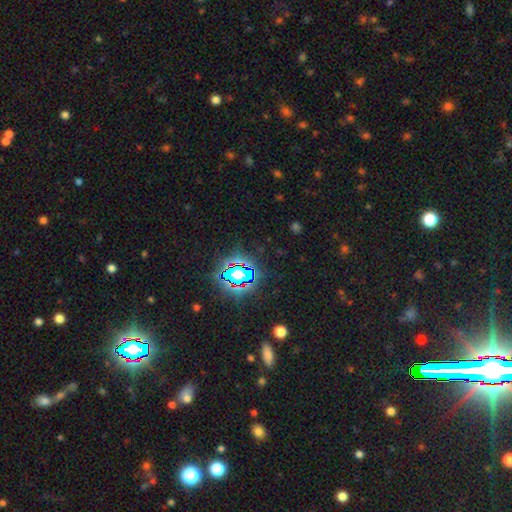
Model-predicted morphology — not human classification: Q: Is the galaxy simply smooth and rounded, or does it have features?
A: star or artifact — 78%.